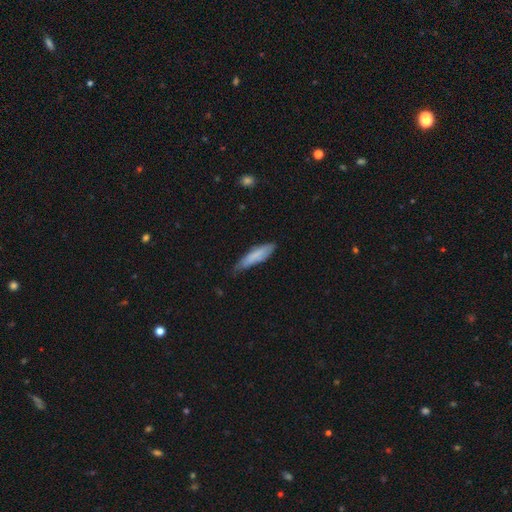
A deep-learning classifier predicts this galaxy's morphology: smooth_or_featured: smooth (p=0.76) [alt: featured or disk p=0.18]
how_rounded: cigar-shaped (p=0.73) [alt: in between p=0.25]
merging: none (p=0.60) [alt: minor disturbance p=0.33]